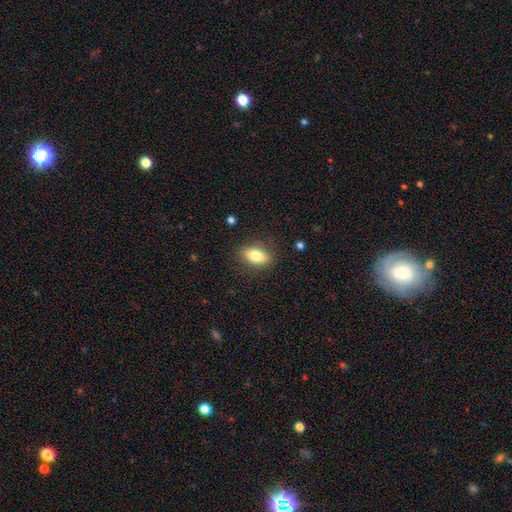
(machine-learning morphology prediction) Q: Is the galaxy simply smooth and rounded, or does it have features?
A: smooth — 79%.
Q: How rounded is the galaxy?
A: in between — 85%.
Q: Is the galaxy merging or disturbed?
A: none — 85%.